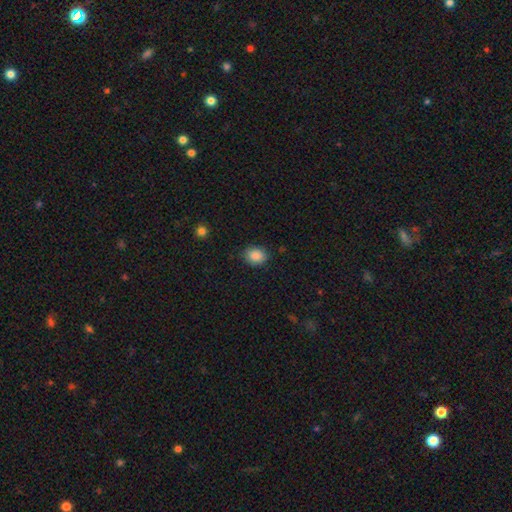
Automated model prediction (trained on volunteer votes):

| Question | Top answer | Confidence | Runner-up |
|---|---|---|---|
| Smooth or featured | smooth | 88% | star or artifact (9%) |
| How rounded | round | 52% | in between (47%) |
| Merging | none | 84% | minor disturbance (12%) |